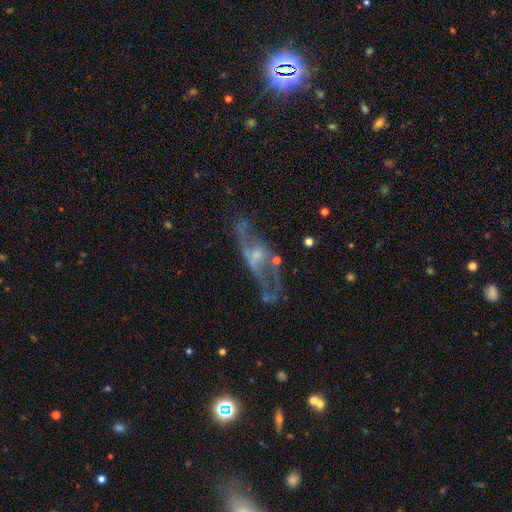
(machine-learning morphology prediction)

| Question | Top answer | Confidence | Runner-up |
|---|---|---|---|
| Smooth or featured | featured or disk | 75% | smooth (15%) |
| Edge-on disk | no | 76% | yes (24%) |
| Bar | no | 54% | weak (35%) |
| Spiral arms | yes | 66% | no (34%) |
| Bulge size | small | 47% | moderate (36%) |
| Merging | none | 53% | major disturbance (22%) |